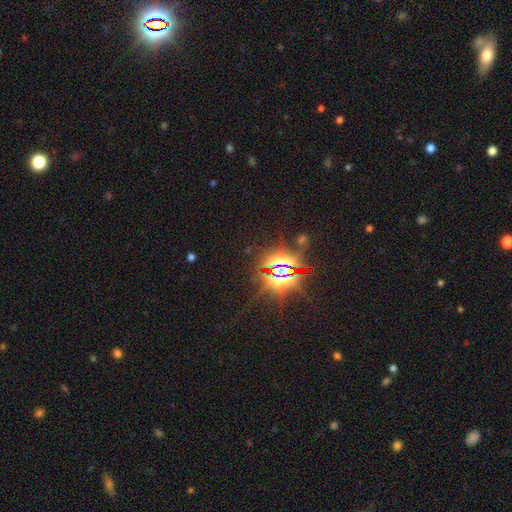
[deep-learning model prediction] smooth-or-featured: star or artifact: 87% | smooth: 7% | featured or disk: 6%